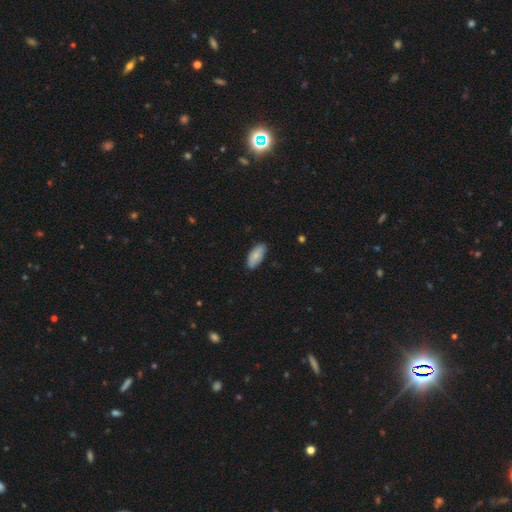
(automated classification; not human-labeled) Smooth or featured? Predicted: smooth (p=0.79). How rounded? Predicted: in between (p=0.89). Merging? Predicted: none (p=0.83).